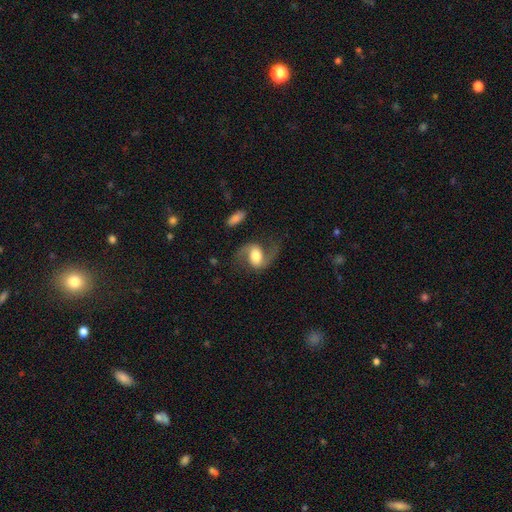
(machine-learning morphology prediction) Smooth or featured?
  - featured or disk: 79% *
  - smooth: 15%
  - star or artifact: 6%
Edge-on disk?
  - no: 97% *
  - yes: 3%
Bar?
  - weak: 43% *
  - no: 36%
  - strong: 22%
Spiral arms?
  - yes: 95% *
  - no: 5%
Spiral winding?
  - loose: 58% *
  - medium: 36%
  - tight: 6%
Spiral arm count?
  - 2: 92% *
  - 1: 3%
  - can't tell: 2%
  - 3: 1%
  - 4: 1%
  - more than 4: 1%
Bulge size?
  - large: 42% *
  - moderate: 41%
  - small: 8%
  - dominant: 7%
  - none: 3%
Merging?
  - none: 69% *
  - minor disturbance: 16%
  - major disturbance: 13%
  - merger: 2%